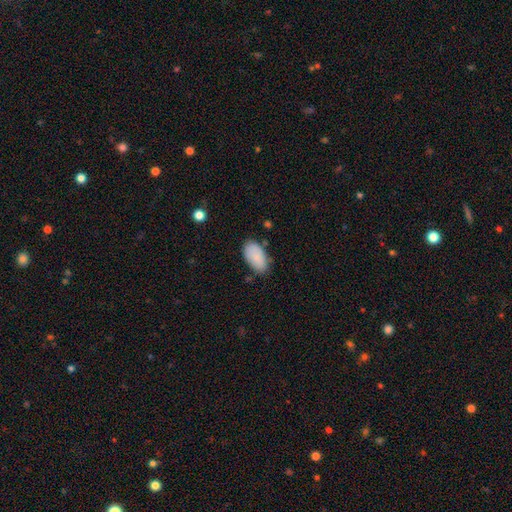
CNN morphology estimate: Smooth or featured?
  - smooth: 88% *
  - star or artifact: 6%
  - featured or disk: 6%
How rounded?
  - in between: 95% *
  - round: 3%
  - cigar-shaped: 2%
Merging?
  - none: 73% *
  - minor disturbance: 21%
  - major disturbance: 4%
  - merger: 2%